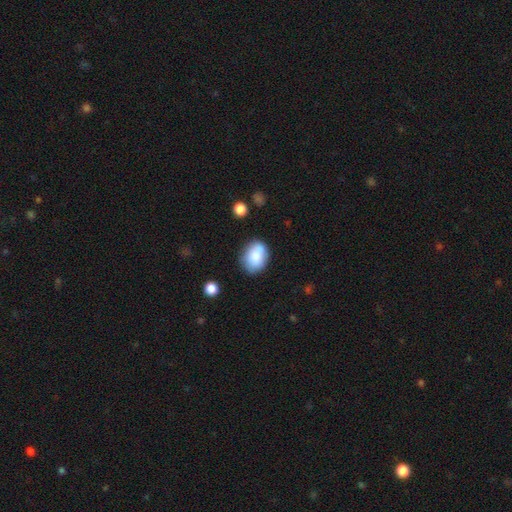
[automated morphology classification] smooth_or_featured: smooth (p=0.84) [alt: featured or disk p=0.09]
how_rounded: in between (p=0.70) [alt: round p=0.29]
merging: none (p=0.72) [alt: minor disturbance p=0.19]